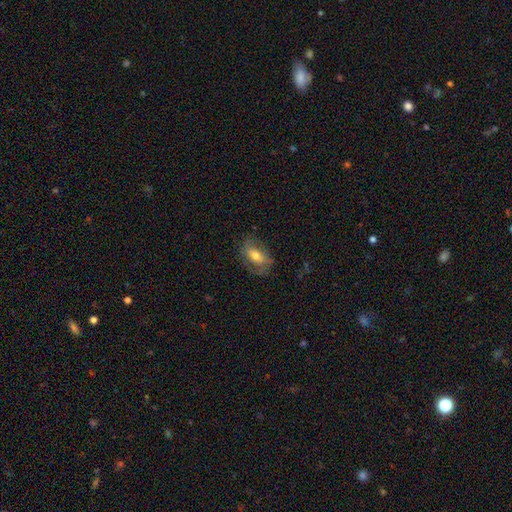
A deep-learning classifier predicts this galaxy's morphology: This appears to be a smooth galaxy with no disk features (47%). Merging: none (70%).